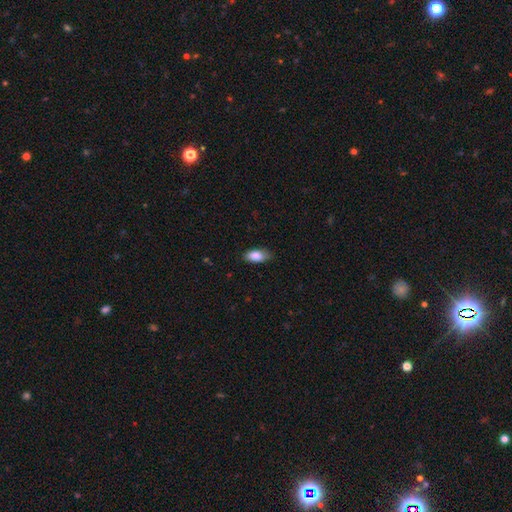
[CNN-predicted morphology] Smooth or featured? smooth (87%)
How rounded? in between (89%)
Merging? none (77%)